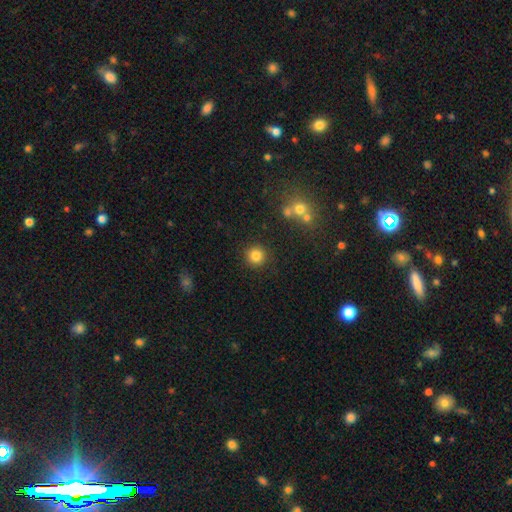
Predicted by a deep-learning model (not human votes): Smooth or featured? smooth (84%)
How rounded? round (94%)
Merging? none (90%)